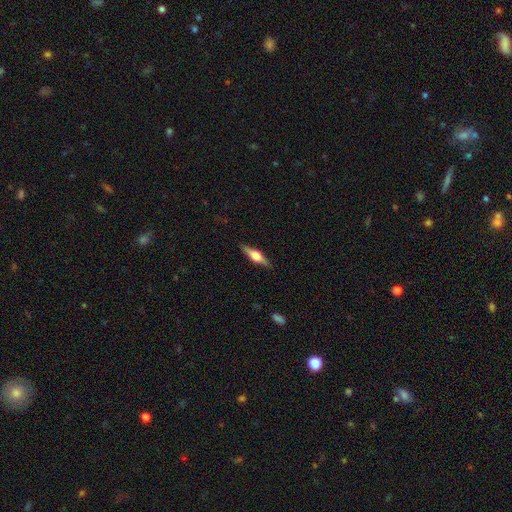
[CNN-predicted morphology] Smooth or featured: featured or disk — 66% (smooth — 28%)
Edge-on disk: yes — 97% (no — 3%)
Edge-on bulge: rounded — 90% (boxy — 8%)
Merging: none — 88% (minor disturbance — 9%)